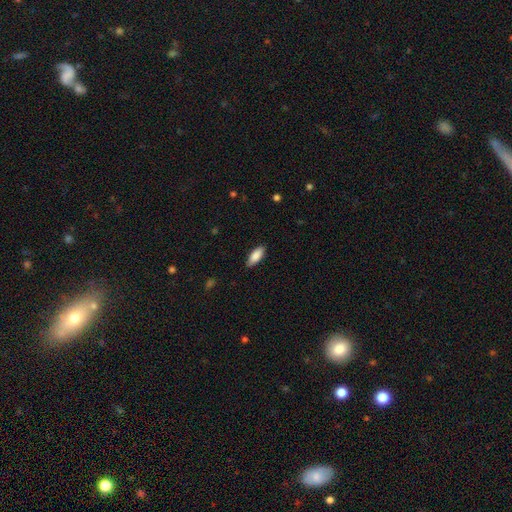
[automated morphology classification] smooth_or_featured: smooth (p=0.88) [alt: featured or disk p=0.07]
how_rounded: in between (p=0.81) [alt: cigar-shaped p=0.17]
merging: none (p=0.86) [alt: minor disturbance p=0.11]